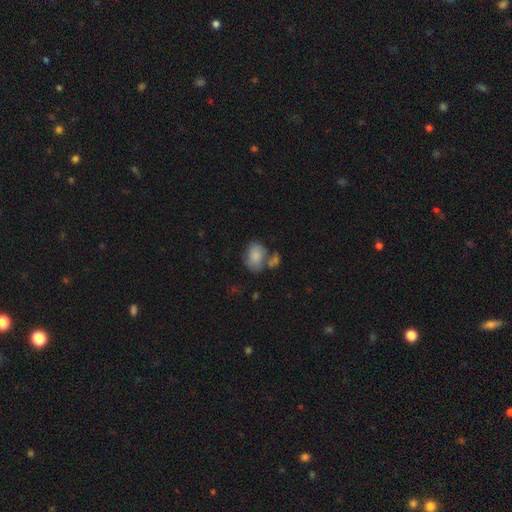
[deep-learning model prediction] Smooth or featured? Predicted: smooth (p=0.79). How rounded? Predicted: in between (p=0.68). Merging? Predicted: none (p=0.43).